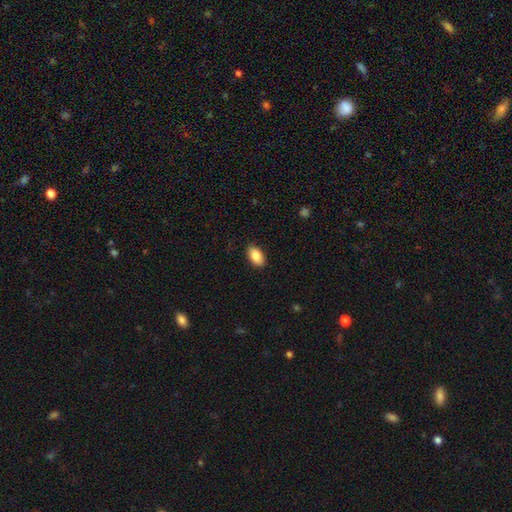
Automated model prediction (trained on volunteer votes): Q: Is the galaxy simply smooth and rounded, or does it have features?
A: smooth — 87%.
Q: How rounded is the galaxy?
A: in between — 93%.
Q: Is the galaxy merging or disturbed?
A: none — 88%.